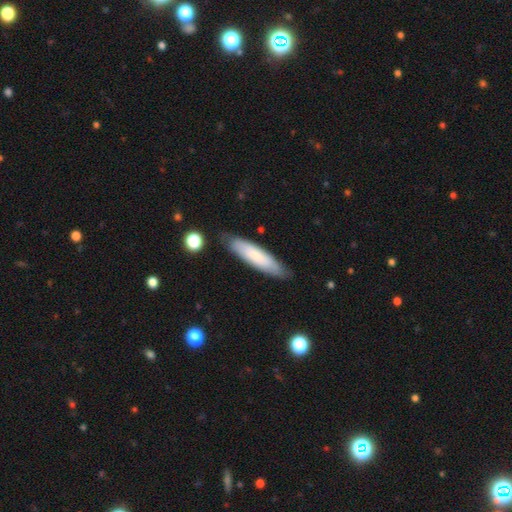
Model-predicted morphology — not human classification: Smooth or featured?
  - smooth: 75% *
  - featured or disk: 19%
  - star or artifact: 6%
How rounded?
  - cigar-shaped: 76% *
  - in between: 23%
  - round: 1%
Merging?
  - none: 83% *
  - minor disturbance: 13%
  - major disturbance: 2%
  - merger: 2%